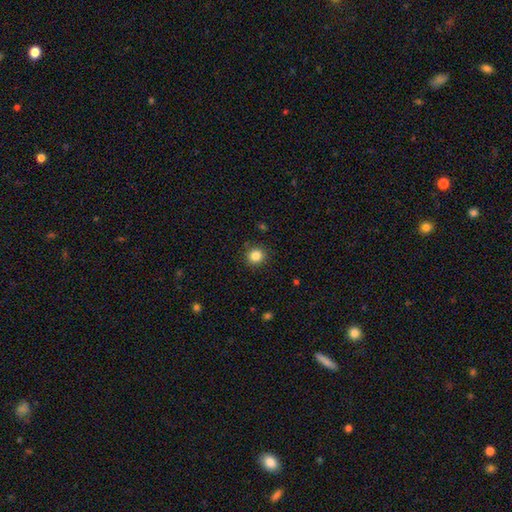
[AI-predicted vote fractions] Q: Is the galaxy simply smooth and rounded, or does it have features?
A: smooth — 84%.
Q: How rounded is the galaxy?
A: round — 89%.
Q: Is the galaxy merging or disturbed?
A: none — 90%.